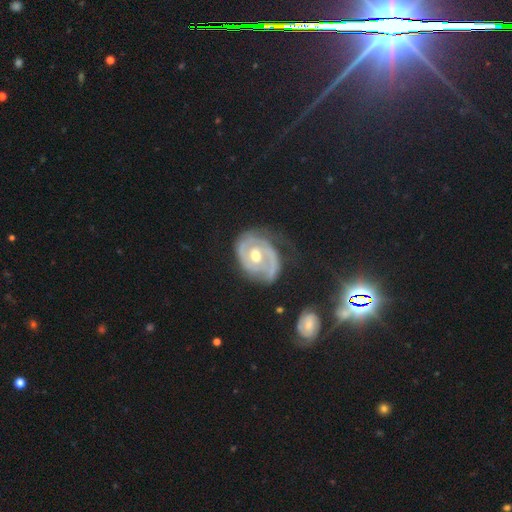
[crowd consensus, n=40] Volunteers were most divided on "spiral winding": tight: 54%, medium: 40%, loose: 6%. More confident: edge-on disk — no (100%); spiral arms — yes (100%); bulge size — moderate (91%); smooth or featured — featured or disk (88%); spiral arm count — 2 (77%); bar — no (57%); merging — none (54%).